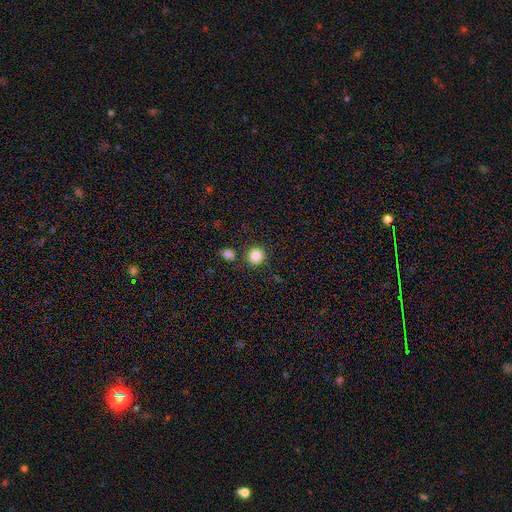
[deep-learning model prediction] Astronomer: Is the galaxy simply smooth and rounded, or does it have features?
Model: smooth — 87%.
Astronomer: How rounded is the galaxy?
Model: round — 90%.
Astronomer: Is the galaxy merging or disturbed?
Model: none — 83%.